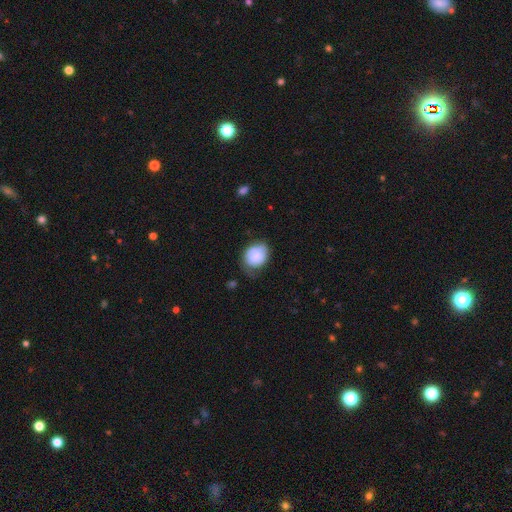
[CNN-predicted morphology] A smooth galaxy with no disk features (74%) that is round (52%).

Vote fractions:
- Smooth or featured? smooth: 74% / featured or disk: 19% / star or artifact: 8%
- How rounded? round: 52% / in between: 47% / cigar-shaped: 1%
- Merging? none: 44% / minor disturbance: 39% / major disturbance: 14% / merger: 3%